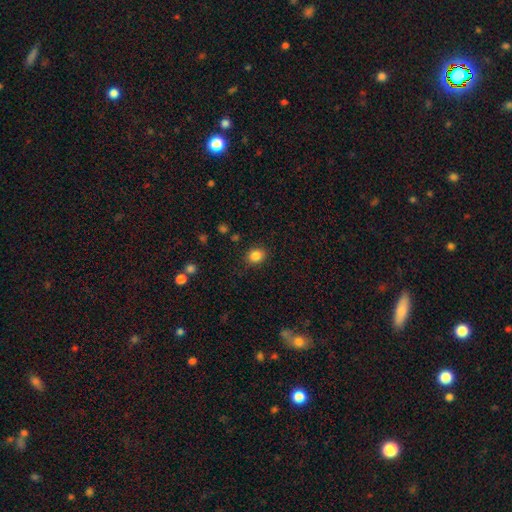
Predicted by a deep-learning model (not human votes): A smooth galaxy with no disk features (85%) that is round (61%).

Vote fractions:
- Smooth or featured? smooth: 85% / star or artifact: 10% / featured or disk: 4%
- How rounded? round: 61% / in between: 38% / cigar-shaped: 1%
- Merging? none: 87% / minor disturbance: 9% / major disturbance: 3% / merger: 1%